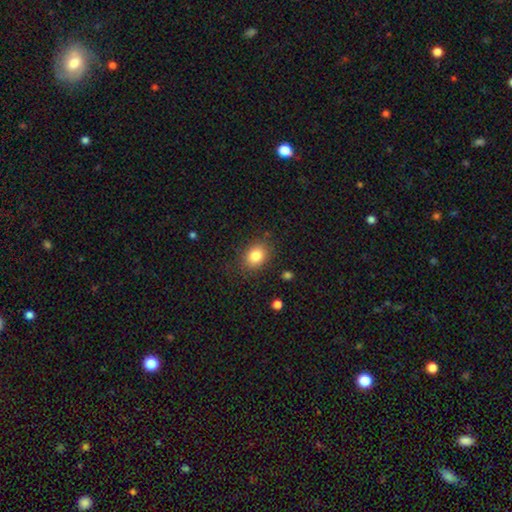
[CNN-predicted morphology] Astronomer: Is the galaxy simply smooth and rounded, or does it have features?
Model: smooth — 83%.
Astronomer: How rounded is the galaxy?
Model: in between — 55% (runner-up: round, 44%).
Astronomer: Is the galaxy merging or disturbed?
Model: none — 84%.